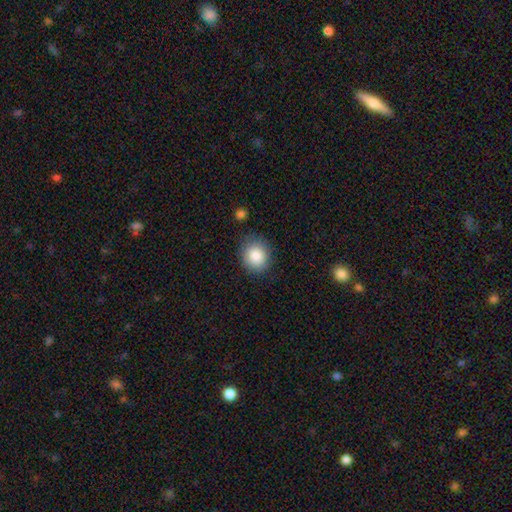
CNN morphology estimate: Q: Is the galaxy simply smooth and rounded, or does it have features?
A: smooth — 86%.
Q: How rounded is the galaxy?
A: round — 79%.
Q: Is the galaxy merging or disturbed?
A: none — 82%.